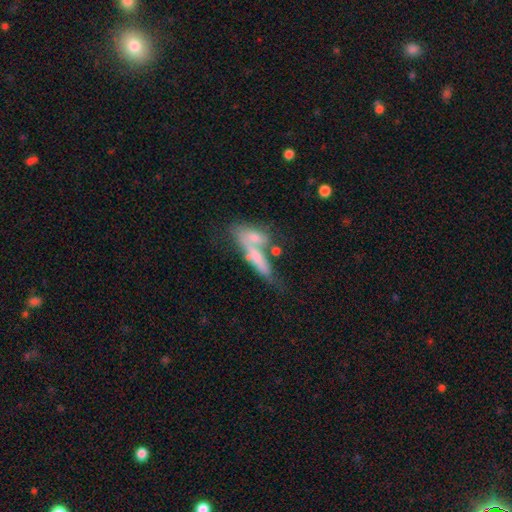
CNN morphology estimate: A smooth galaxy with no disk features (53%) that is cigar-shaped (56%).

Vote fractions:
- Smooth or featured? smooth: 53% / featured or disk: 38% / star or artifact: 9%
- How rounded? cigar-shaped: 56% / in between: 40% / round: 4%
- Merging? merger: 51% / none: 28% / minor disturbance: 12% / major disturbance: 9%